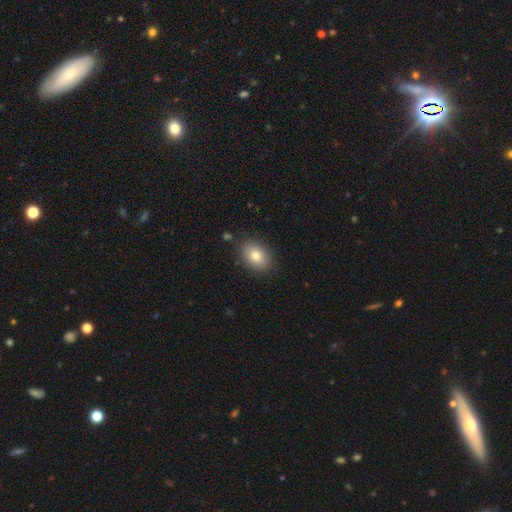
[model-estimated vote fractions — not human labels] The model was most divided on "how rounded": in between: 78%, round: 21%, cigar-shaped: 1%. More confident: merging — none (86%); smooth or featured — smooth (81%).